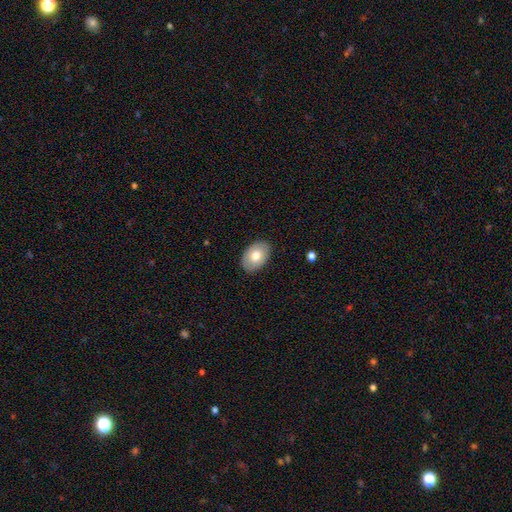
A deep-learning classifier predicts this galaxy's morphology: Overall: smooth (72%). How rounded: in between (86%). Merging: none (87%).